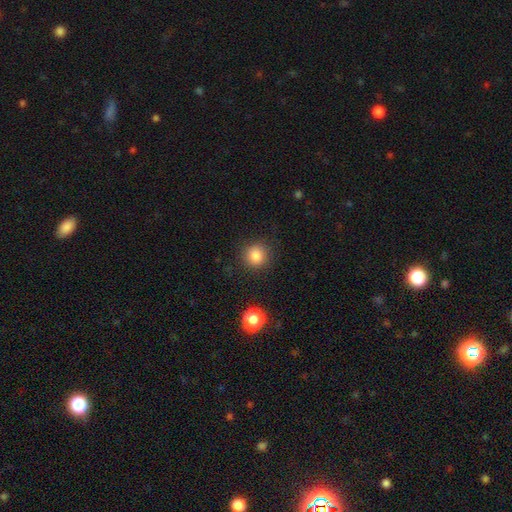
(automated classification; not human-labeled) Smooth or featured?
  - smooth: 84% *
  - star or artifact: 11%
  - featured or disk: 5%
How rounded?
  - round: 91% *
  - in between: 8%
  - cigar-shaped: 1%
Merging?
  - none: 89% *
  - minor disturbance: 7%
  - major disturbance: 3%
  - merger: 1%